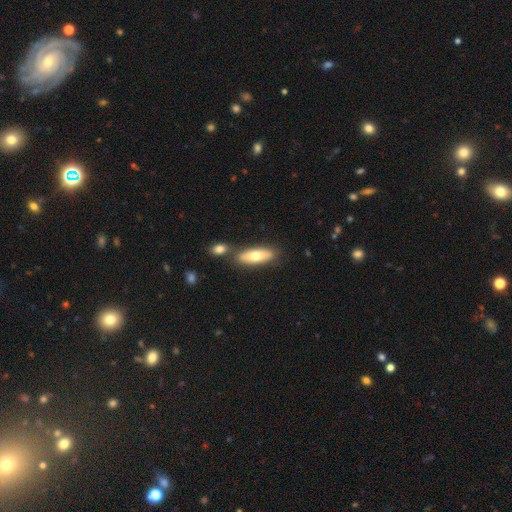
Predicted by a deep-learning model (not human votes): A smooth galaxy with no disk features (68%) that is in between round and cigar-shaped (67%). Merging: none (69%).